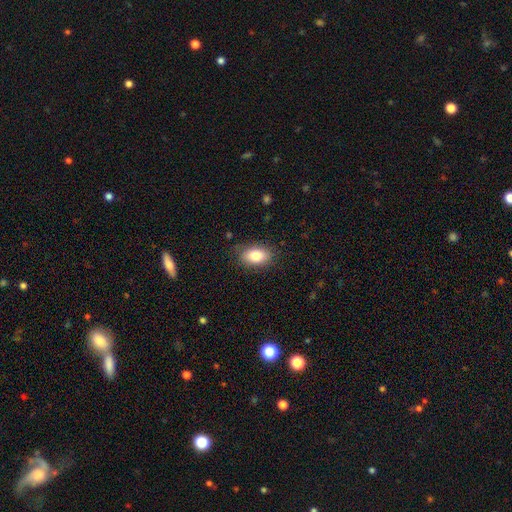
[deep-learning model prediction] Q: Smooth or featured?
A: smooth (83%); runner-up: featured or disk (9%)
Q: How rounded?
A: in between (88%); runner-up: round (10%)
Q: Merging?
A: none (84%); runner-up: minor disturbance (12%)